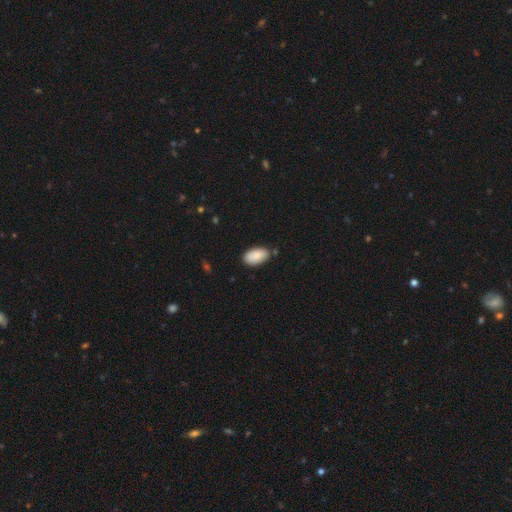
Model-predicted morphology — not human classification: Q: Smooth or featured?
A: smooth (87%); runner-up: featured or disk (7%)
Q: How rounded?
A: in between (95%); runner-up: round (3%)
Q: Merging?
A: none (78%); runner-up: minor disturbance (16%)